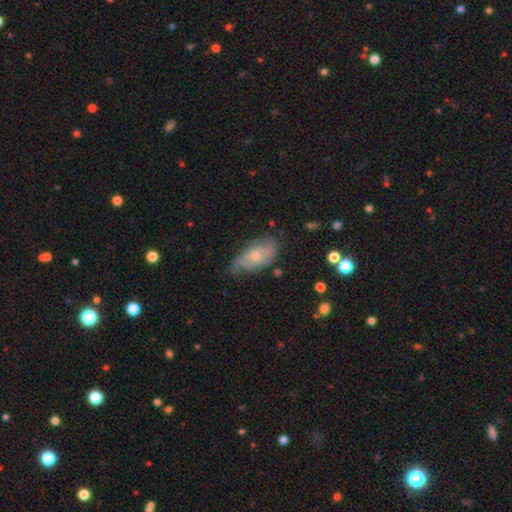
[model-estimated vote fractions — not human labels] Smooth or featured?
  - featured or disk: 50% *
  - smooth: 41%
  - star or artifact: 9%
Merging?
  - none: 56% *
  - minor disturbance: 33%
  - major disturbance: 9%
  - merger: 2%